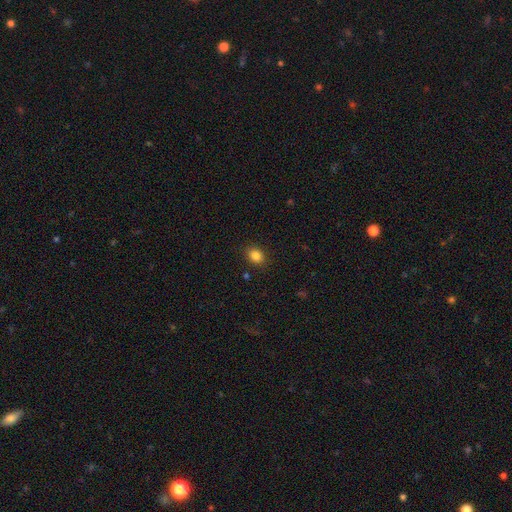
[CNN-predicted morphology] A smooth galaxy with no disk features (85%) that is in between round and cigar-shaped (58%). Merging: none (88%).